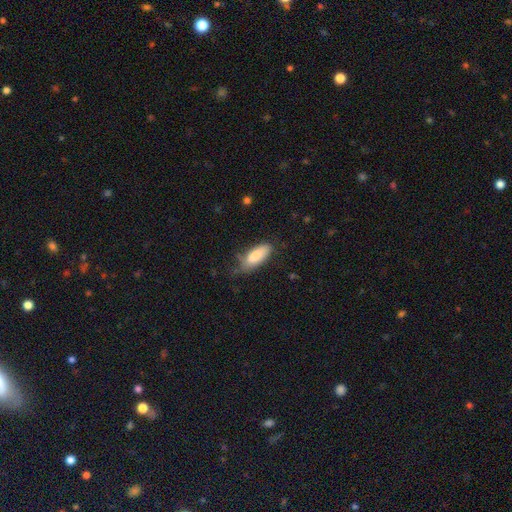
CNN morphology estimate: This appears to be a smooth galaxy with no disk features (83%) that is in between round and cigar-shaped (80%). Merging: none (58%).